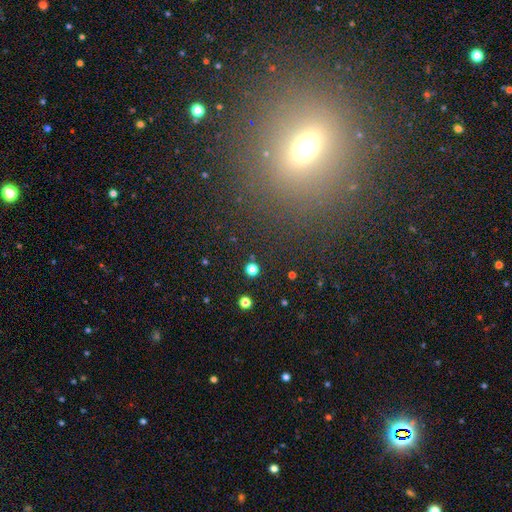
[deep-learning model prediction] Q: Smooth or featured?
A: star or artifact (45%); runner-up: smooth (34%)